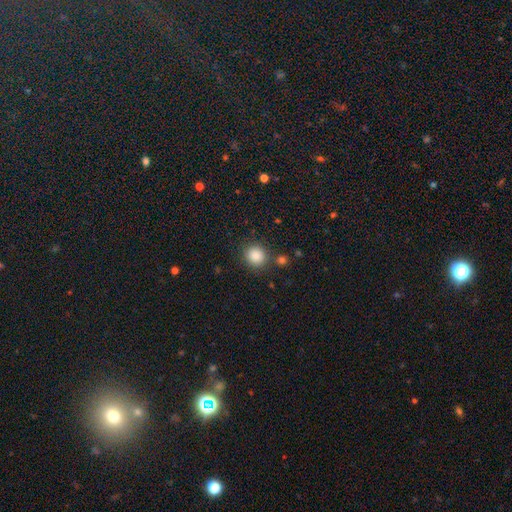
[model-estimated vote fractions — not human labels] smooth_or_featured: smooth (p=0.86) [alt: star or artifact p=0.10]
how_rounded: round (p=0.85) [alt: in between p=0.14]
merging: none (p=0.84) [alt: minor disturbance p=0.08]